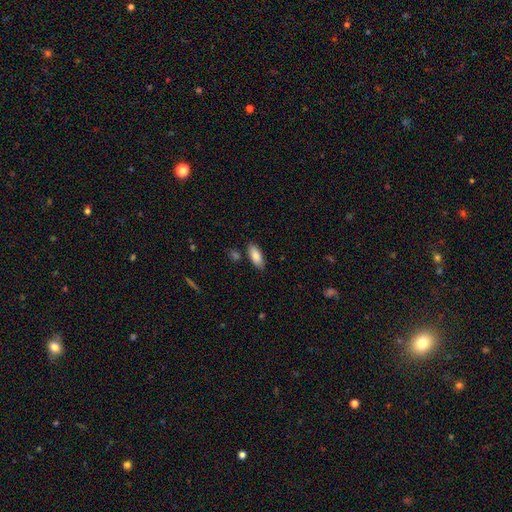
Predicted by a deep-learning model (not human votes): smooth-or-featured: smooth: 85% | featured or disk: 9% | star or artifact: 6%
  how-rounded: in between: 83% | cigar-shaped: 16% | round: 2%
  merging: none: 83% | minor disturbance: 12% | merger: 3% | major disturbance: 2%